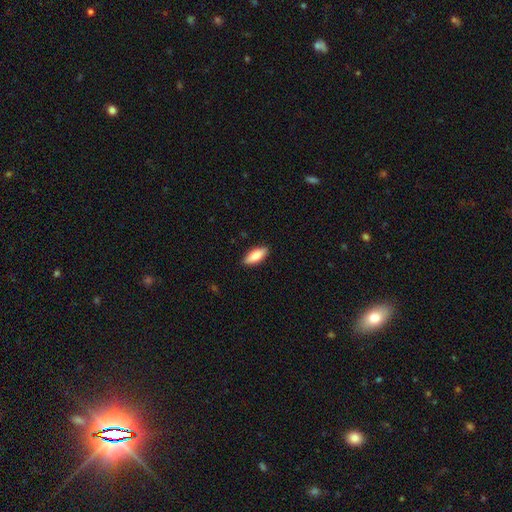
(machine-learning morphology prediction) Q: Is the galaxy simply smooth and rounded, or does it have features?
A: smooth — 81%.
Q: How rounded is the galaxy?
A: in between — 75%.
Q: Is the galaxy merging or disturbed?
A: none — 89%.